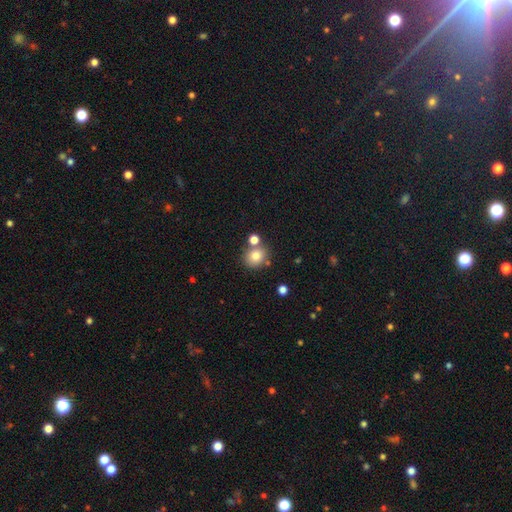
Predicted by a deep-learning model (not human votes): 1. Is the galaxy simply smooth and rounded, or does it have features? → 79% smooth, 12% star or artifact, 9% featured or disk.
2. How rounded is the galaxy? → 77% round, 22% in between, 1% cigar-shaped.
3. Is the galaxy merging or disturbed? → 67% none, 19% merger, 10% minor disturbance, 3% major disturbance.